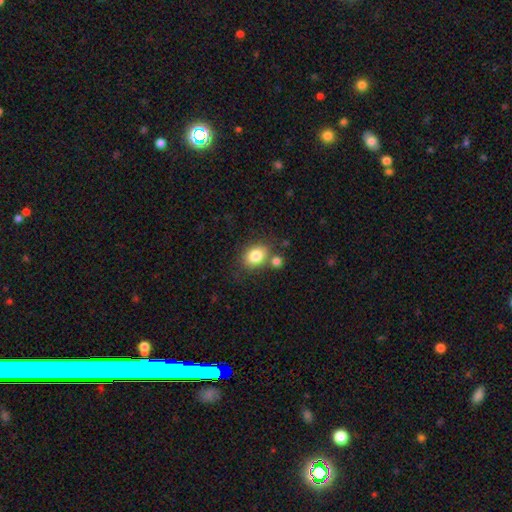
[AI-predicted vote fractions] Smooth or featured?
  - smooth: 82% *
  - star or artifact: 9%
  - featured or disk: 8%
How rounded?
  - in between: 61% *
  - round: 38%
  - cigar-shaped: 1%
Merging?
  - none: 64% *
  - merger: 19%
  - minor disturbance: 13%
  - major disturbance: 4%